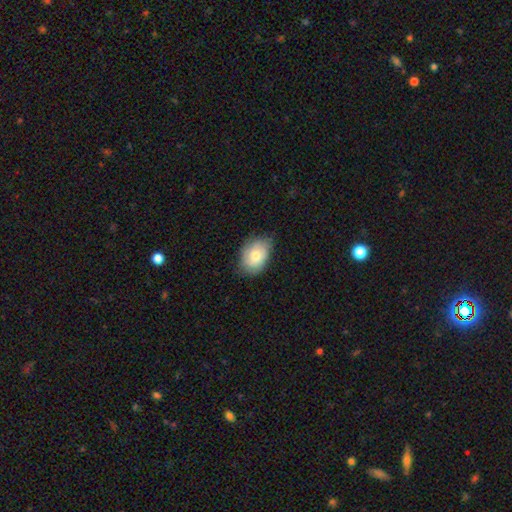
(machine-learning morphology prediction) Q: Smooth or featured?
A: smooth (75%); runner-up: featured or disk (19%)
Q: How rounded?
A: in between (82%); runner-up: round (17%)
Q: Merging?
A: none (71%); runner-up: minor disturbance (24%)